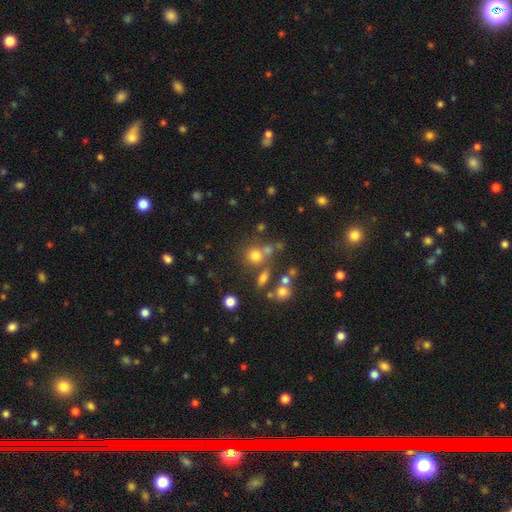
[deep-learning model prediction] This appears to be a smooth galaxy with no disk features (69%) that is round (84%). Merging: none (60%).